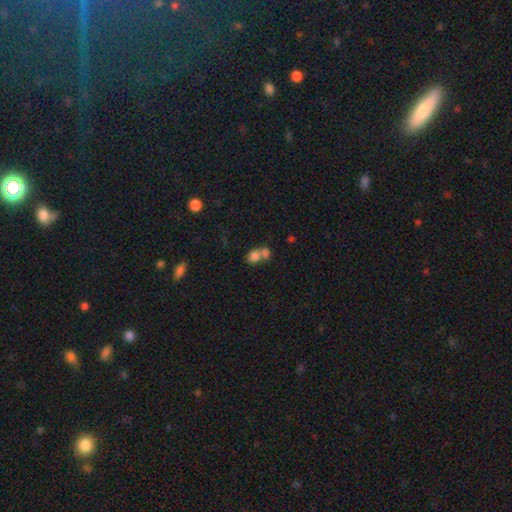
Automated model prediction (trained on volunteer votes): Overall: smooth (79%). How rounded: round (64%; in between 35%). Merging: merger (64%; none 27%).